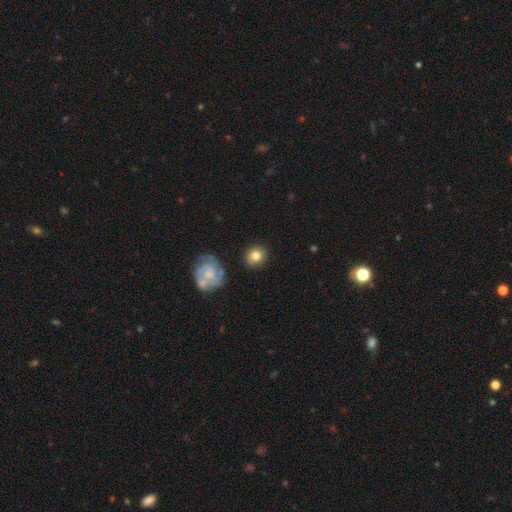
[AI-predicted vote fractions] smooth-or-featured: smooth: 75% | featured or disk: 17% | star or artifact: 8%
  how-rounded: round: 83% | in between: 16% | cigar-shaped: 1%
  merging: none: 85% | minor disturbance: 9% | merger: 3% | major disturbance: 3%